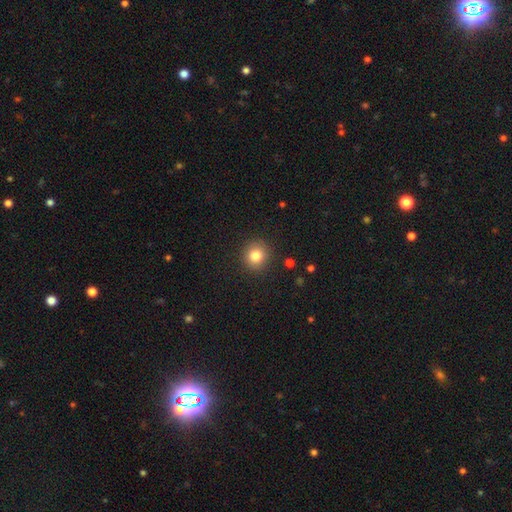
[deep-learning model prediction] smooth_or_featured: smooth (p=0.82) [alt: star or artifact p=0.11]
how_rounded: round (p=0.89) [alt: in between p=0.10]
merging: none (p=0.90) [alt: minor disturbance p=0.07]